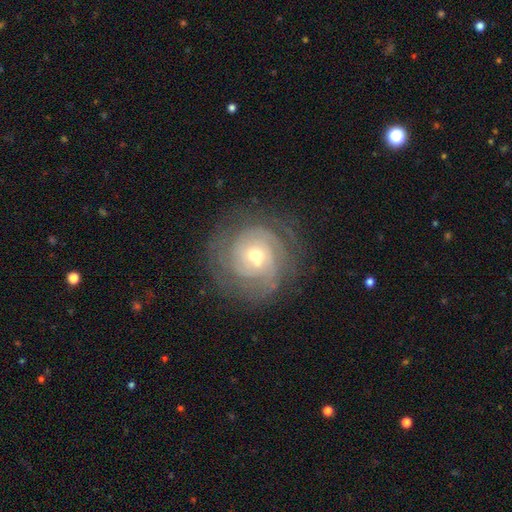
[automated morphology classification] This appears to be a featured or disk galaxy (81%) with no bar (61%), tight (74%) spiral arms (94%) and a moderate central bulge (49%). Merging: none (79%).